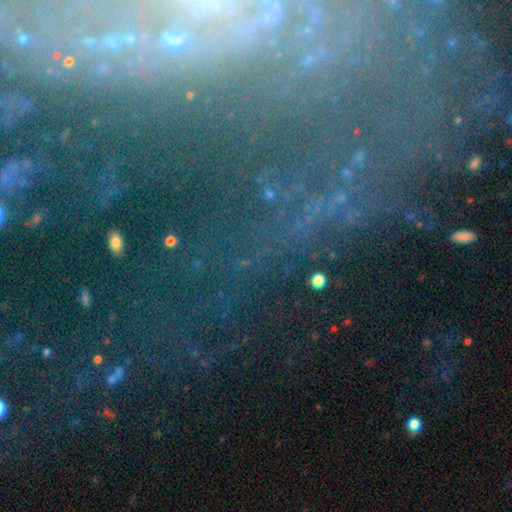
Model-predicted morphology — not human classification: smooth_or_featured: star or artifact (p=0.70) [alt: featured or disk p=0.18]